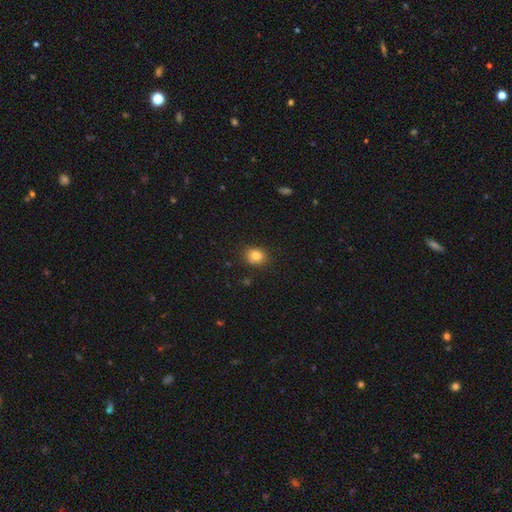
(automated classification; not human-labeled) The model was most divided on "how rounded": round: 66%, in between: 33%, cigar-shaped: 1%. More confident: merging — none (81%); smooth or featured — smooth (81%).